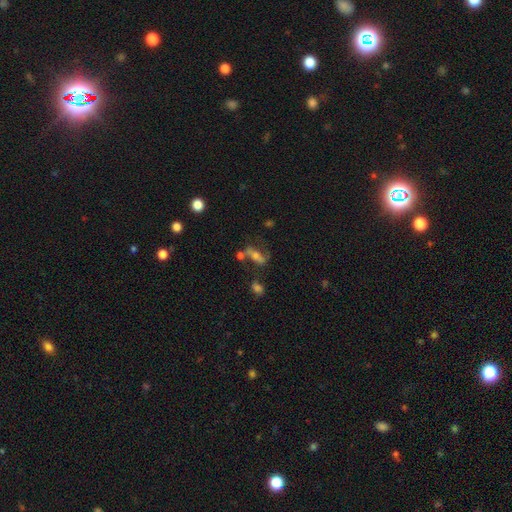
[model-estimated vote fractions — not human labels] smooth-or-featured: featured or disk: 47% | smooth: 38% | star or artifact: 15%
  merging: none: 49% | merger: 19% | minor disturbance: 17% | major disturbance: 14%